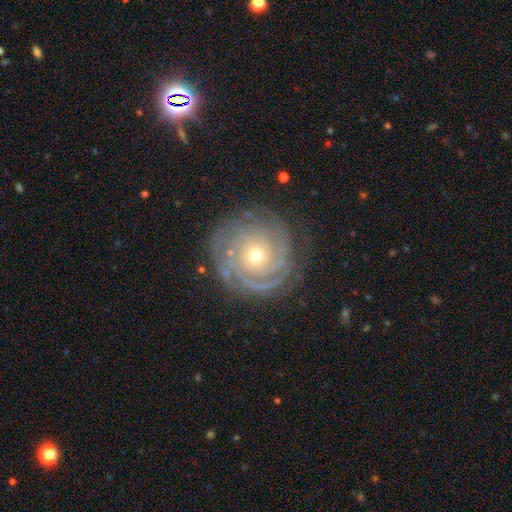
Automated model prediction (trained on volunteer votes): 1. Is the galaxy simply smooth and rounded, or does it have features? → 85% featured or disk, 8% smooth, 7% star or artifact.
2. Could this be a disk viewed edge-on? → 97% no, 3% yes.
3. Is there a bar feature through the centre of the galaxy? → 81% no, 14% weak, 5% strong.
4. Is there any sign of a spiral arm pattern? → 96% yes, 4% no.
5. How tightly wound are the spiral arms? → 84% tight, 13% medium, 3% loose.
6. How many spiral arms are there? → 26% can't tell (tied), 26% 3 (tied), 17% 4, 15% 2, 9% more than 4, 7% 1.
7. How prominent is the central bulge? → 50% small, 47% moderate, 2% large, 1% dominant, 1% none.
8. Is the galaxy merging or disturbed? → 82% none, 13% minor disturbance, 4% major disturbance, 1% merger.